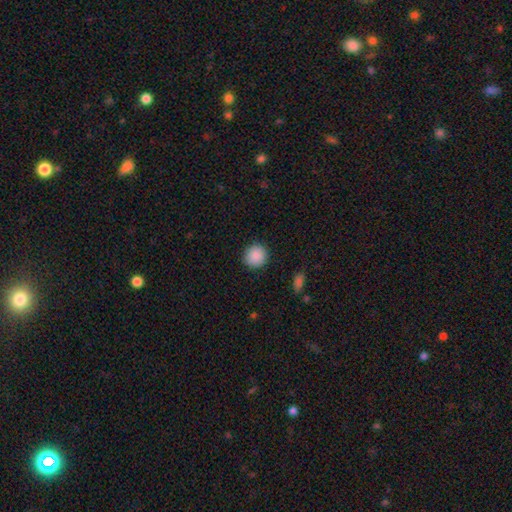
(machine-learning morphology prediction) This appears to be a smooth galaxy with no disk features (90%) that is round (92%). Merging: none (91%).